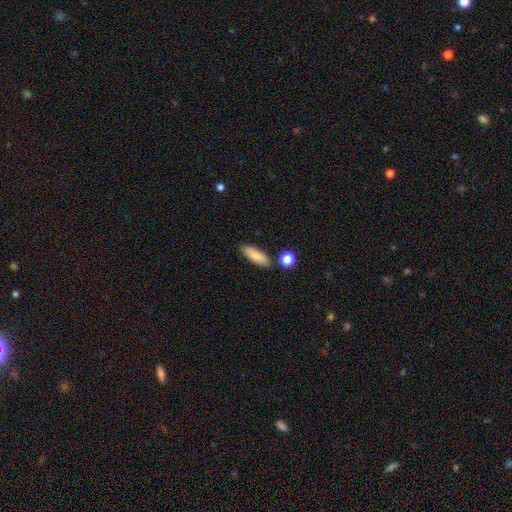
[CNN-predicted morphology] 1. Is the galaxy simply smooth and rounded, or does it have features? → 86% smooth, 8% featured or disk, 7% star or artifact.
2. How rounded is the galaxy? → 58% in between, 40% cigar-shaped, 3% round.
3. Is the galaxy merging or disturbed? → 81% none, 11% minor disturbance, 5% merger, 3% major disturbance.